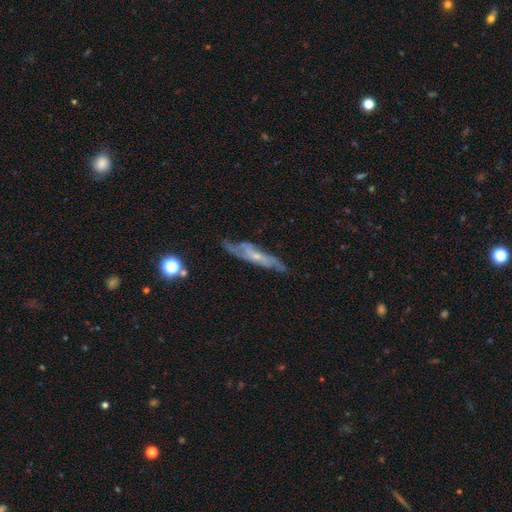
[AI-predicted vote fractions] Q: Smooth or featured?
A: featured or disk (71%); runner-up: smooth (21%)
Q: Edge-on disk?
A: no (59%); runner-up: yes (41%)
Q: Merging?
A: none (64%); runner-up: minor disturbance (23%)